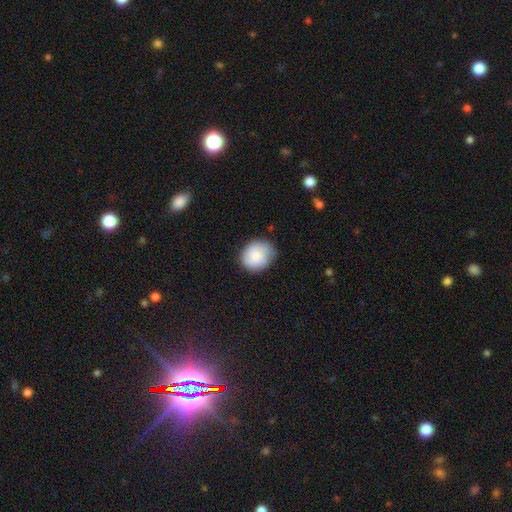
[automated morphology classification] Q: Smooth or featured?
A: smooth (79%); runner-up: featured or disk (14%)
Q: How rounded?
A: round (71%); runner-up: in between (28%)
Q: Merging?
A: none (74%); runner-up: minor disturbance (20%)